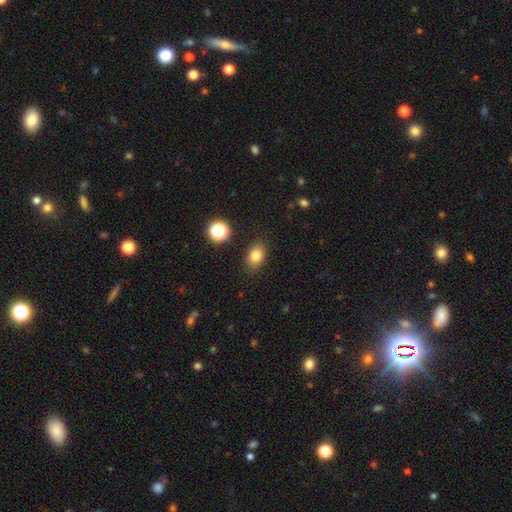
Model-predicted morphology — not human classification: Smooth or featured?
  - smooth: 81% *
  - star or artifact: 12%
  - featured or disk: 7%
How rounded?
  - in between: 74% *
  - round: 25%
  - cigar-shaped: 1%
Merging?
  - none: 85% *
  - minor disturbance: 11%
  - major disturbance: 3%
  - merger: 2%